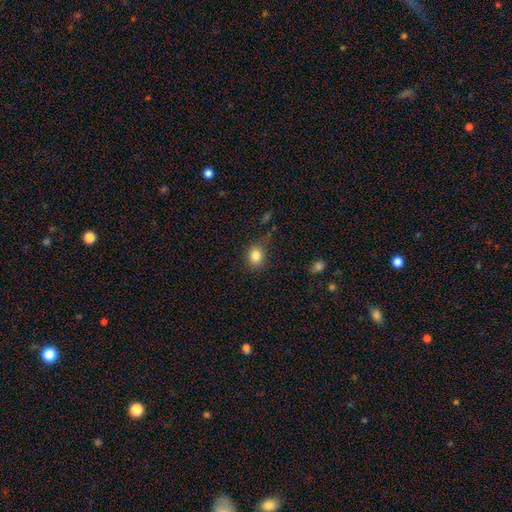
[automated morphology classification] The model was most divided on "how rounded": round: 58%, in between: 41%, cigar-shaped: 1%. More confident: smooth or featured — smooth (83%); merging — none (77%).